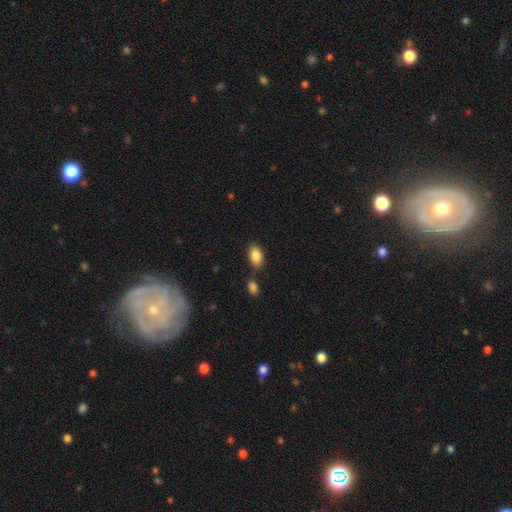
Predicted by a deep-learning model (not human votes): A smooth galaxy with no disk features (88%) that is in between round and cigar-shaped (91%).

Vote fractions:
- Smooth or featured? smooth: 88% / star or artifact: 7% / featured or disk: 5%
- How rounded? in between: 91% / round: 7% / cigar-shaped: 2%
- Merging? none: 74% / minor disturbance: 13% / merger: 10% / major disturbance: 3%